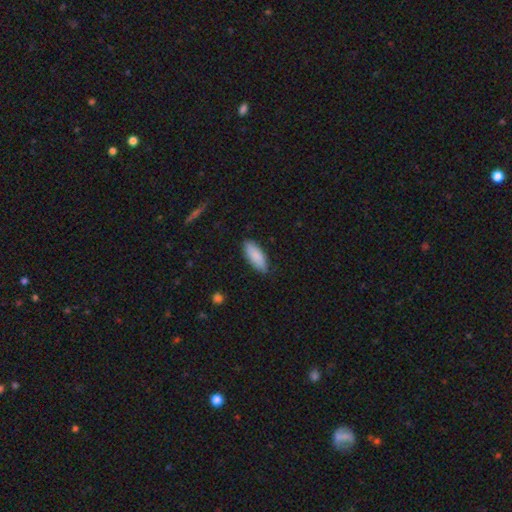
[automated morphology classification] Smooth or featured?
  - smooth: 86% *
  - featured or disk: 8%
  - star or artifact: 6%
How rounded?
  - in between: 79% *
  - cigar-shaped: 20%
  - round: 2%
Merging?
  - none: 83% *
  - minor disturbance: 14%
  - major disturbance: 2%
  - merger: 1%